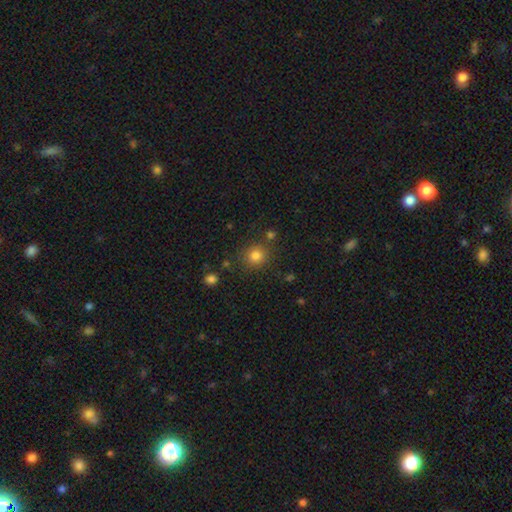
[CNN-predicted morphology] A smooth galaxy with no disk features (81%) that is round (89%).

Vote fractions:
- Smooth or featured? smooth: 81% / star or artifact: 13% / featured or disk: 6%
- How rounded? round: 89% / in between: 10% / cigar-shaped: 1%
- Merging? none: 83% / minor disturbance: 9% / merger: 5% / major disturbance: 3%